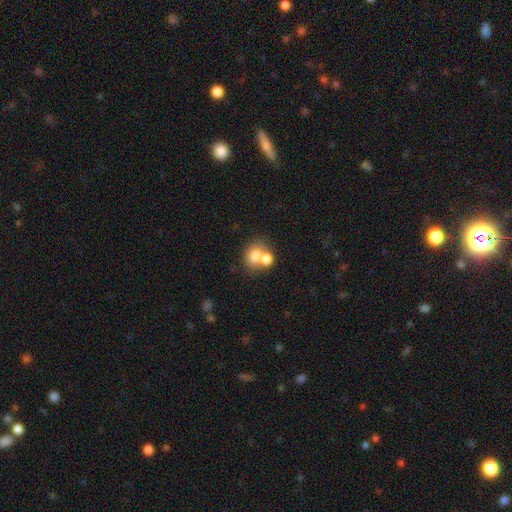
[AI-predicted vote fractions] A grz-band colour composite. It shows a smooth galaxy with no disk features (74%) that is round (57%). Merging: merger (49%).